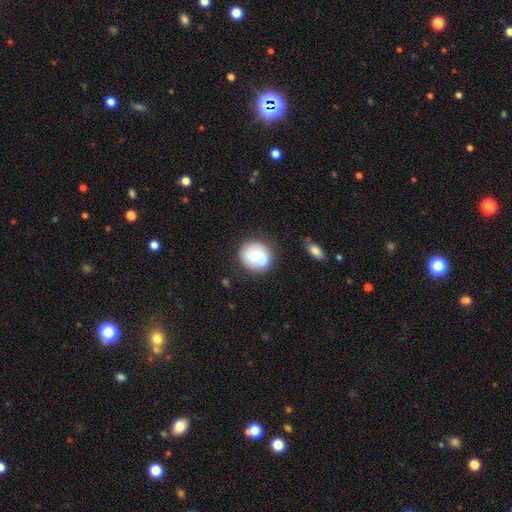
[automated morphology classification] A smooth galaxy with no disk features (59%) that is round (88%). Merging: none (81%).